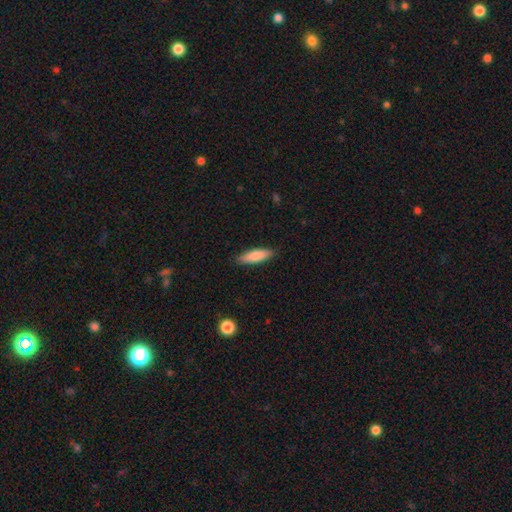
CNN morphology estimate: smooth 83%, featured or disk 11%, star or artifact 5%. Down the decision tree: how rounded — cigar-shaped (60%); merging — none (88%).